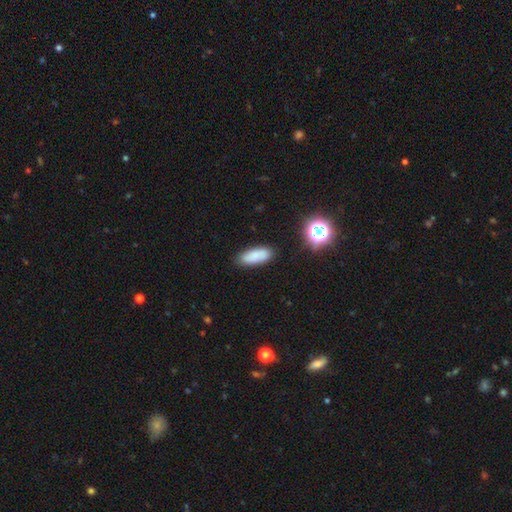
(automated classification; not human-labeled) A smooth galaxy with no disk features (81%) that is in between round and cigar-shaped (73%).

Vote fractions:
- Smooth or featured? smooth: 81% / featured or disk: 10% / star or artifact: 10%
- How rounded? in between: 73% / cigar-shaped: 25% / round: 3%
- Merging? none: 83% / minor disturbance: 12% / major disturbance: 3% / merger: 2%